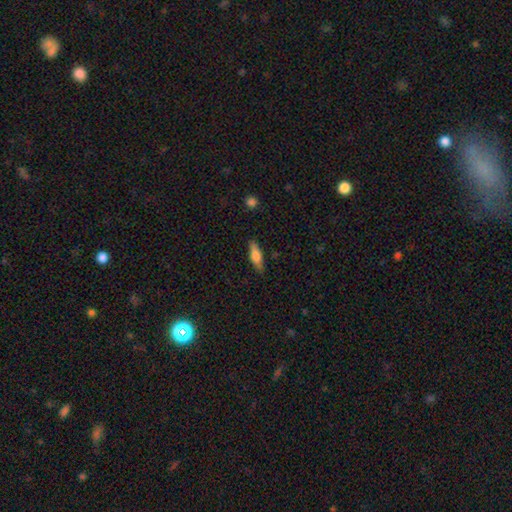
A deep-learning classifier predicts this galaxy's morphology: The model was most divided on "how rounded": cigar-shaped: 53%, in between: 44%, round: 3%. More confident: merging — none (84%); smooth or featured — smooth (62%).